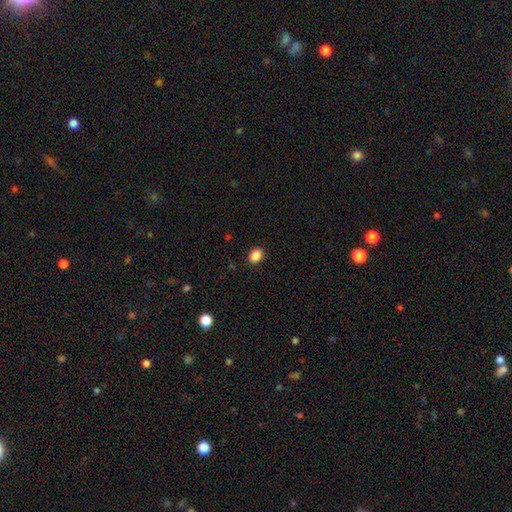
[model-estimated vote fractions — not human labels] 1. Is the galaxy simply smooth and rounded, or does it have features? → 87% smooth, 9% star or artifact, 3% featured or disk.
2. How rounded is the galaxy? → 65% in between, 34% round, 1% cigar-shaped.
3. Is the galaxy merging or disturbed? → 90% none, 7% minor disturbance, 2% major disturbance, 1% merger.